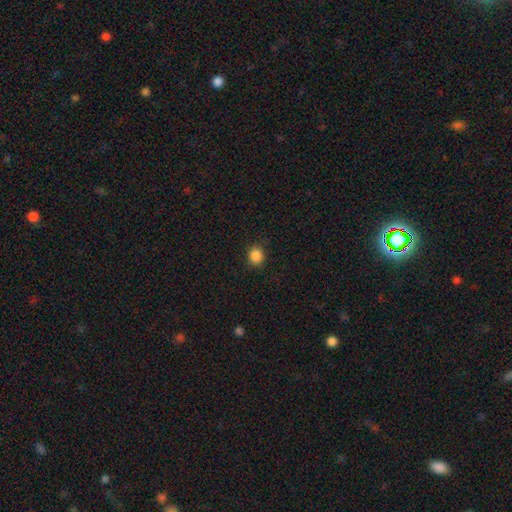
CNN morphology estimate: Smooth or featured? smooth (87%)
How rounded? round (83%)
Merging? none (88%)